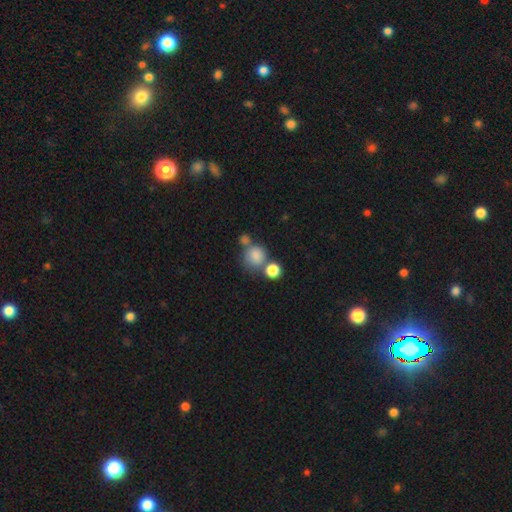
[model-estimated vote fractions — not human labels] This appears to be a smooth galaxy with no disk features (81%) that is round (80%). Merging: none (46%).